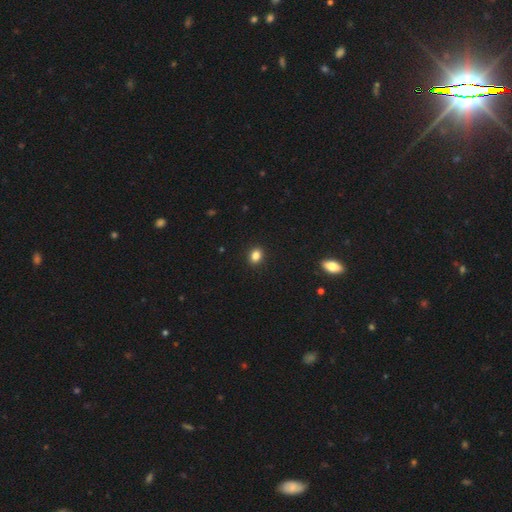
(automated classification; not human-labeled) The model was most divided on "how rounded": in between: 55%, round: 44%, cigar-shaped: 1%. More confident: merging — none (91%); smooth or featured — smooth (85%).